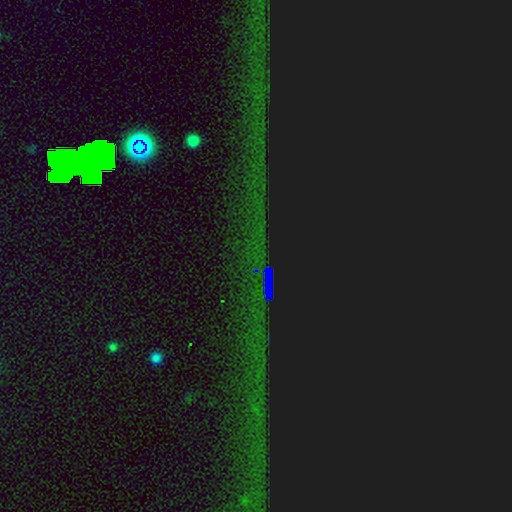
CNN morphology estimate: The model was most divided on "smooth or featured": star or artifact: 79%, featured or disk: 11%, smooth: 10%.